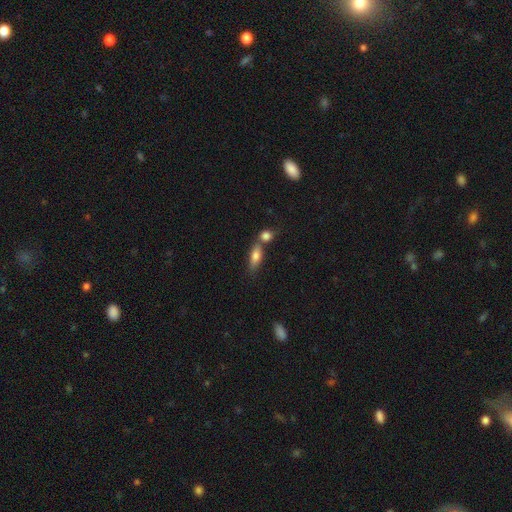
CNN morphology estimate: Smooth or featured: smooth — 74% (featured or disk — 18%)
How rounded: in between — 68% (cigar-shaped — 26%)
Merging: none — 44% (merger — 40%)